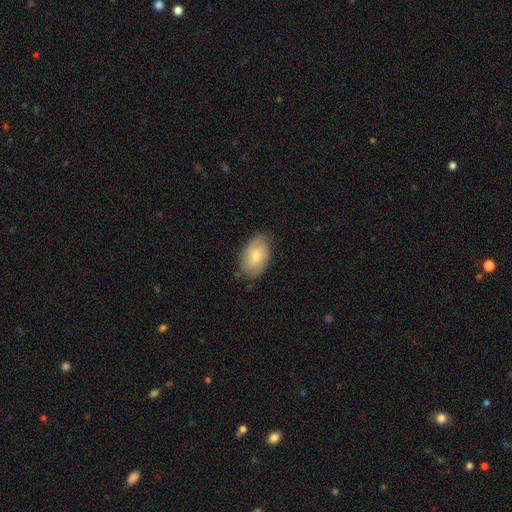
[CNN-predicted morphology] A smooth galaxy with no disk features (75%) that is in between round and cigar-shaped (89%).

Vote fractions:
- Smooth or featured? smooth: 75% / featured or disk: 19% / star or artifact: 7%
- How rounded? in between: 89% / round: 9% / cigar-shaped: 1%
- Merging? none: 79% / minor disturbance: 17% / major disturbance: 3% / merger: 1%